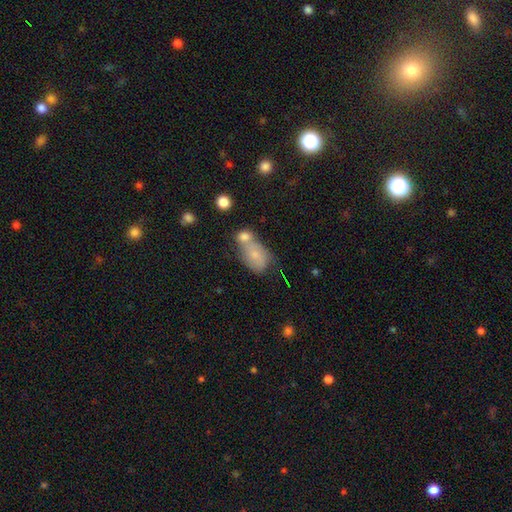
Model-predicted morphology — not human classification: Smooth or featured?
  - smooth: 68% *
  - featured or disk: 23%
  - star or artifact: 9%
How rounded?
  - in between: 82% *
  - round: 16%
  - cigar-shaped: 2%
Merging?
  - merger: 51% *
  - none: 27%
  - minor disturbance: 14%
  - major disturbance: 7%